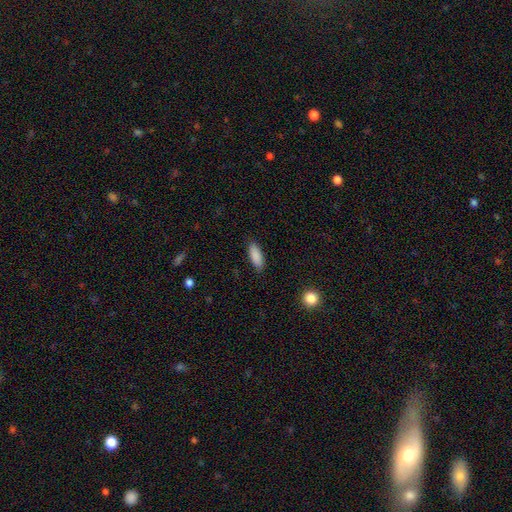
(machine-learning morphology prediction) smooth_or_featured: smooth (p=0.89) [alt: star or artifact p=0.07]
how_rounded: in between (p=0.70) [alt: cigar-shaped p=0.28]
merging: none (p=0.87) [alt: minor disturbance p=0.09]